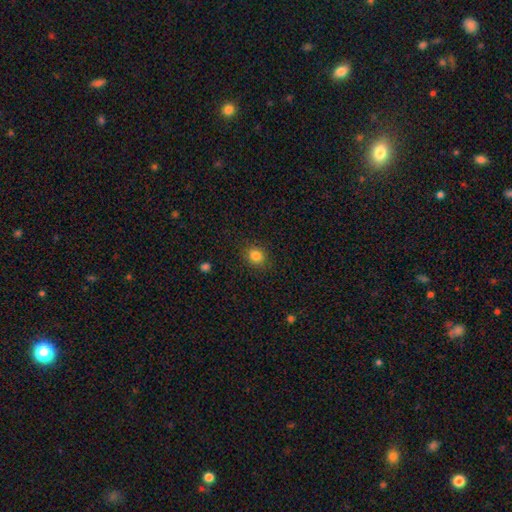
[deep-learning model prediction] smooth-or-featured: smooth: 83% | star or artifact: 11% | featured or disk: 5%
  how-rounded: round: 71% | in between: 28% | cigar-shaped: 1%
  merging: none: 87% | minor disturbance: 9% | major disturbance: 3% | merger: 1%